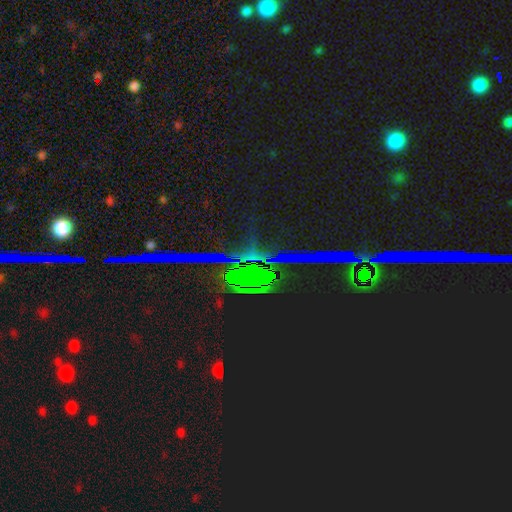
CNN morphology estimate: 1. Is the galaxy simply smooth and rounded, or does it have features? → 82% star or artifact, 10% featured or disk, 9% smooth.